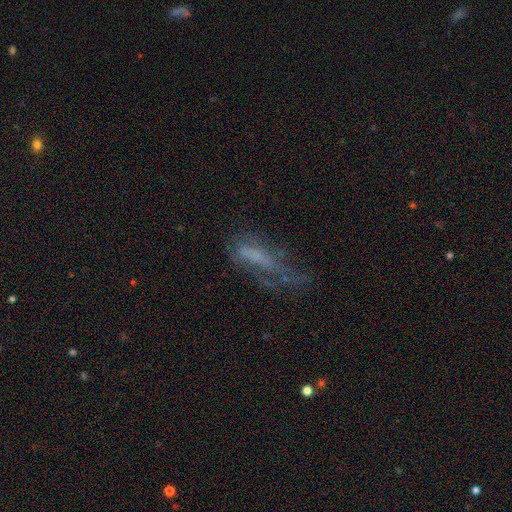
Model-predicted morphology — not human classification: This appears to be a featured or disk galaxy (42%). Merging: major disturbance (44%).